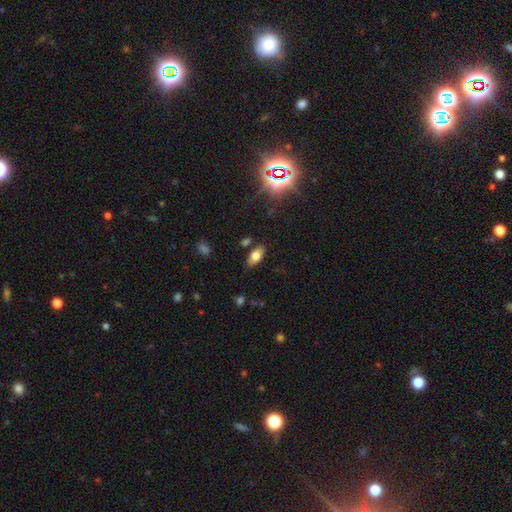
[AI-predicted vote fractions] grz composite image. It shows a smooth galaxy with no disk features (74%) that is in between round and cigar-shaped (89%). Merging: none (80%).